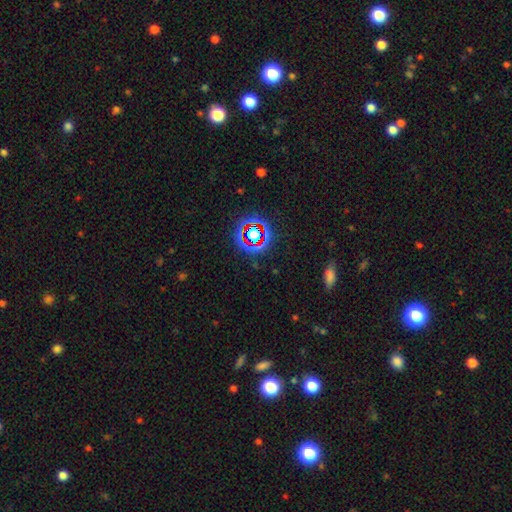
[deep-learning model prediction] Smooth or featured?
  - star or artifact: 71% *
  - smooth: 18%
  - featured or disk: 12%